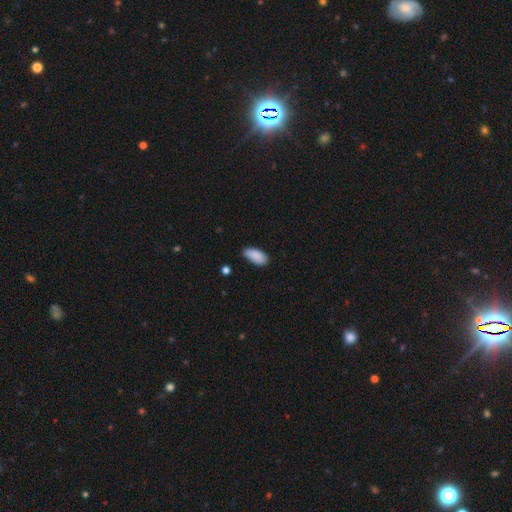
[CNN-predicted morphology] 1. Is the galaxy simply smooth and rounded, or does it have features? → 89% smooth, 7% star or artifact, 4% featured or disk.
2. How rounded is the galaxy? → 89% in between, 9% cigar-shaped, 2% round.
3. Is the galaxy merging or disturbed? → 78% none, 18% minor disturbance, 3% major disturbance, 2% merger.